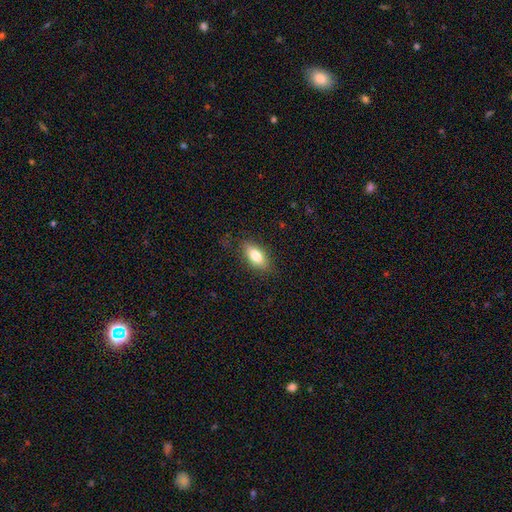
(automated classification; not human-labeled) Morphology: type=smooth (80%); roundness=in between (86%); merging=none (81%).